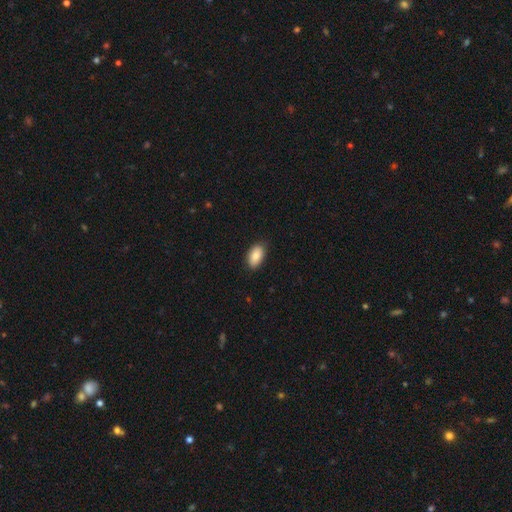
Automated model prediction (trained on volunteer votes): This appears to be a smooth galaxy with no disk features (86%) that is in between round and cigar-shaped (94%). Merging: none (85%).